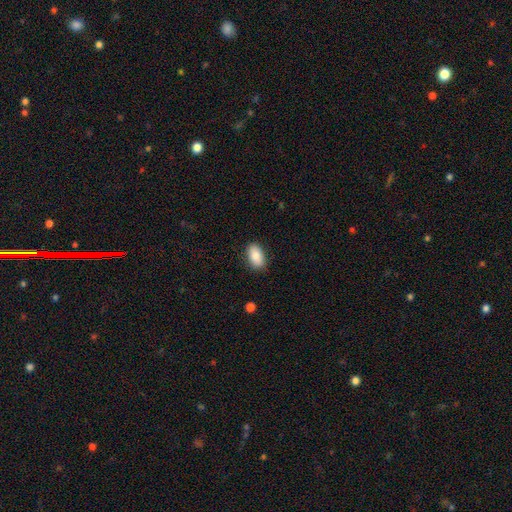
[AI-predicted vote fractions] Smooth or featured?
  - smooth: 85% *
  - featured or disk: 8%
  - star or artifact: 7%
How rounded?
  - in between: 92% *
  - round: 6%
  - cigar-shaped: 2%
Merging?
  - none: 87% *
  - minor disturbance: 10%
  - major disturbance: 2%
  - merger: 1%